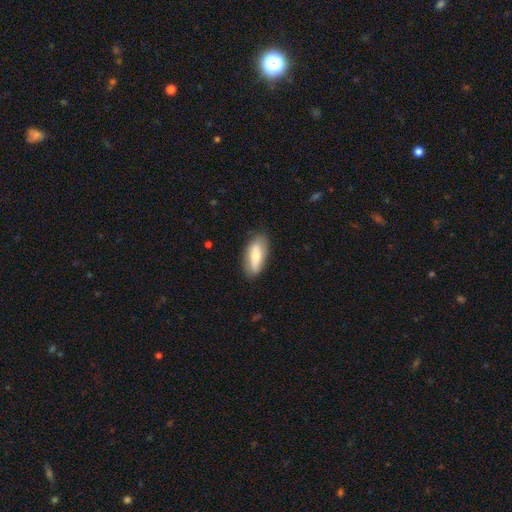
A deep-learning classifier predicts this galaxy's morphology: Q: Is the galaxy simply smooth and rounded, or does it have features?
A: smooth — 64%.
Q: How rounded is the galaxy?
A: in between — 75%.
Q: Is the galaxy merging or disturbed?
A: none — 82%.